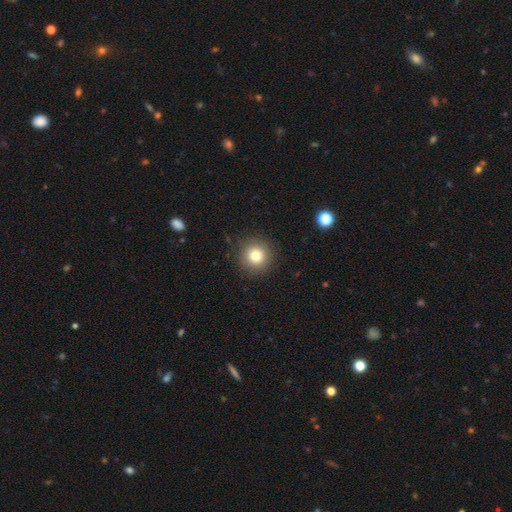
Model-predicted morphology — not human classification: type=smooth (79%); roundness=round (95%); merging=none (90%).